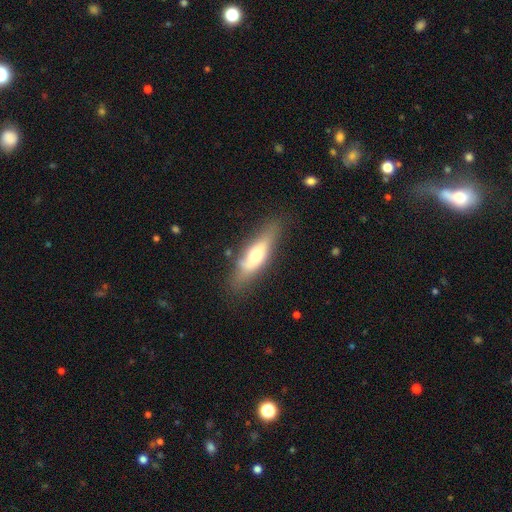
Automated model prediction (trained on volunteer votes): Overall: smooth (49%; featured or disk 45%). Merging: none (71%).